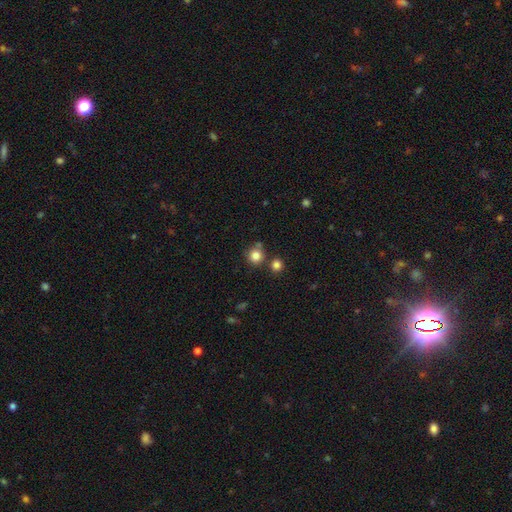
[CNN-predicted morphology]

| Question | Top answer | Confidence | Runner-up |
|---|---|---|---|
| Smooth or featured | smooth | 82% | star or artifact (12%) |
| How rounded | round | 91% | in between (8%) |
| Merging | none | 73% | merger (14%) |